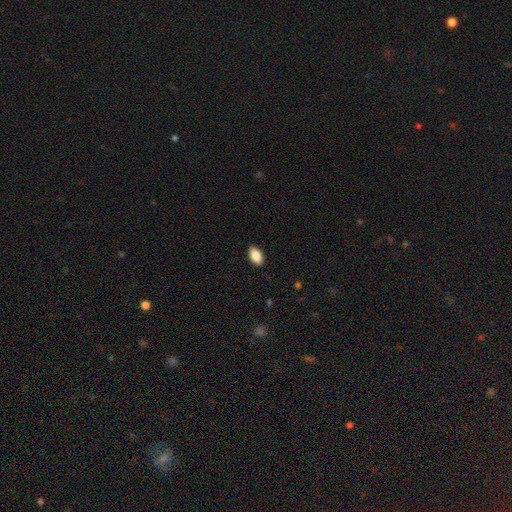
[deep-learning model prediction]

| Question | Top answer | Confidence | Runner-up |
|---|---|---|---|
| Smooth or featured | smooth | 88% | star or artifact (7%) |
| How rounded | in between | 93% | cigar-shaped (4%) |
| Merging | none | 88% | minor disturbance (9%) |